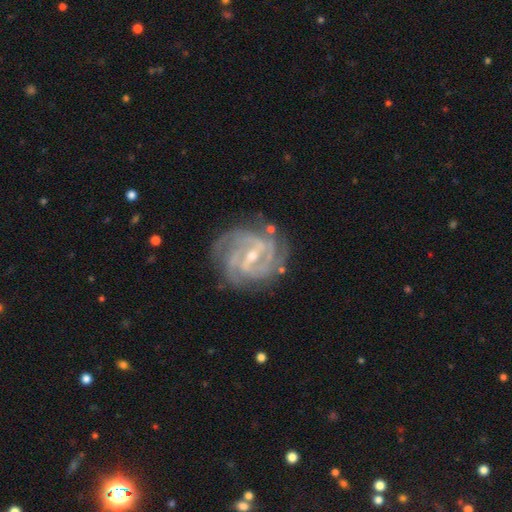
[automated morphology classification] This appears to be a featured or disk galaxy (92%) with a weak bar (43%), 3 (29%) tight (60%) spiral arms (98%) and a small central bulge (61%). Merging: none (77%).